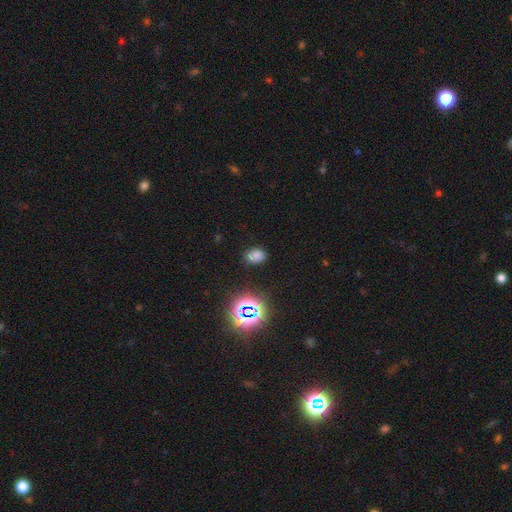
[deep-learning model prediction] A smooth galaxy with no disk features (68%) that is in between round and cigar-shaped (72%). Merging: none (77%).